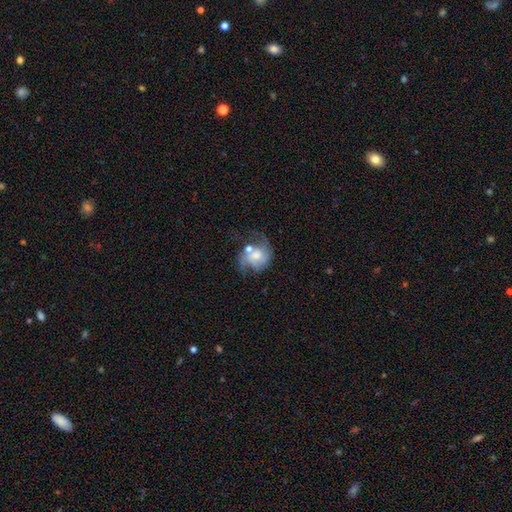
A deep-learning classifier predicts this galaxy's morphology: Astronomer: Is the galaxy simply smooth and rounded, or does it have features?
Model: featured or disk — 61%.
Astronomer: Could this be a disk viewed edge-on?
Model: no — 98%.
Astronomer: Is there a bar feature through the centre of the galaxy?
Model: no — 69%.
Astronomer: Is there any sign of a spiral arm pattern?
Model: yes — 79%.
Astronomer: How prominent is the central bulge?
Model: moderate — 53%.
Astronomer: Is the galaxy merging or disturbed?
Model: none — 33% (runner-up: major disturbance, 25%).